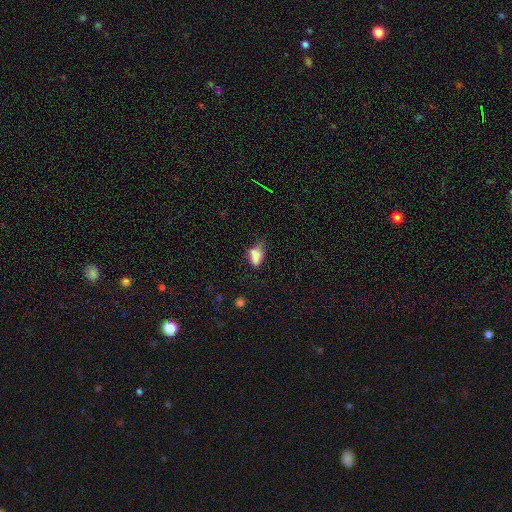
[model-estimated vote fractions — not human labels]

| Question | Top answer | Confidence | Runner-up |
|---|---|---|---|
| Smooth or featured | smooth | 78% | featured or disk (11%) |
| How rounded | in between | 87% | round (9%) |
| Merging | minor disturbance | 39% | none (33%) |